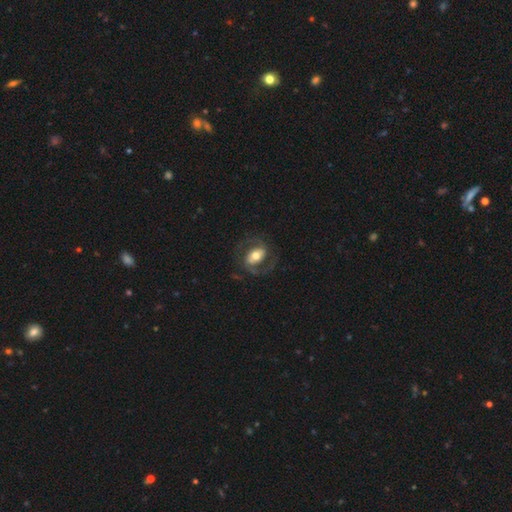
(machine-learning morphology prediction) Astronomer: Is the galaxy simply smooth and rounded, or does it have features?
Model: featured or disk — 66%.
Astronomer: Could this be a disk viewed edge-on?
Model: no — 95%.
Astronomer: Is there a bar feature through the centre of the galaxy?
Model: no — 39% (runner-up: weak, 31%).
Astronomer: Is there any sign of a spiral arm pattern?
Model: yes — 75%.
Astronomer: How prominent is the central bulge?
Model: moderate — 64%.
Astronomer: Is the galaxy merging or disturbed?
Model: none — 71%.